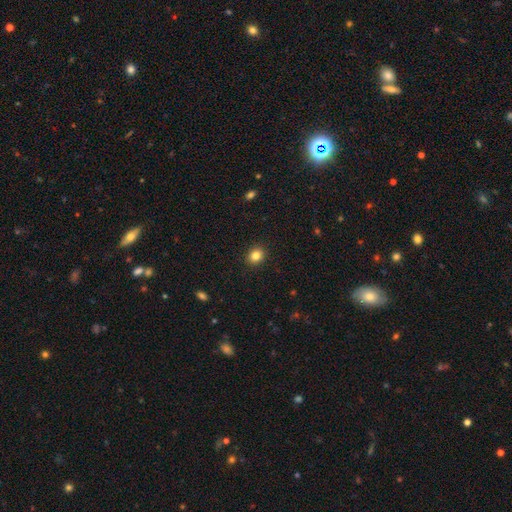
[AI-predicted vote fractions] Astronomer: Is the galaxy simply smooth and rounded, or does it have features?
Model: smooth — 83%.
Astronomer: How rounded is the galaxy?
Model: round — 70%.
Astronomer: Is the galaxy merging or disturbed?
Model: none — 91%.